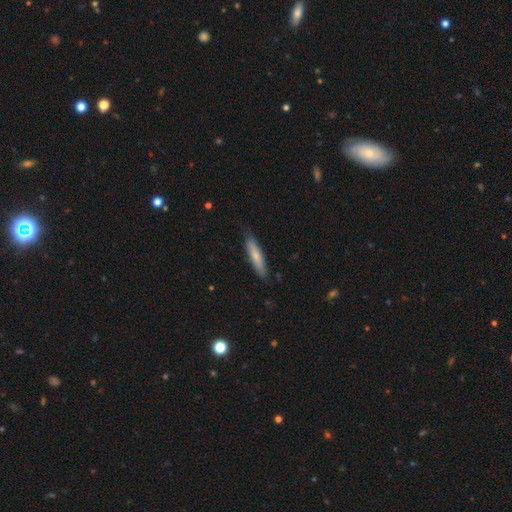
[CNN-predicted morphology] This is likely a smooth galaxy (69%). How rounded: clearly cigar-shaped (81%). Merging: likely none (79%).